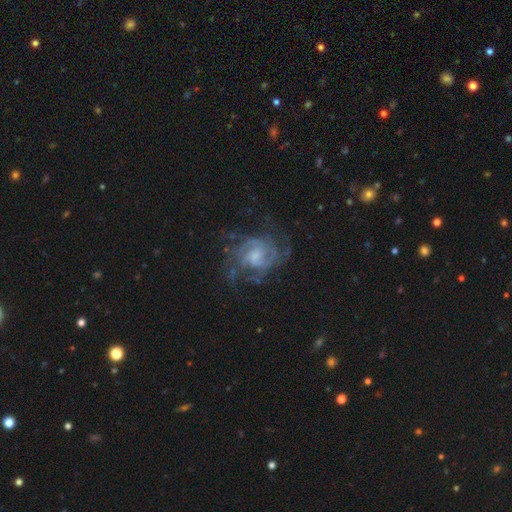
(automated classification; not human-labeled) A featured or disk galaxy (84%) with a weak bar (46%, tied with no), 2 (32%) tight (46%) spiral arms (94%) and a small central bulge (45%). Merging: none (63%).